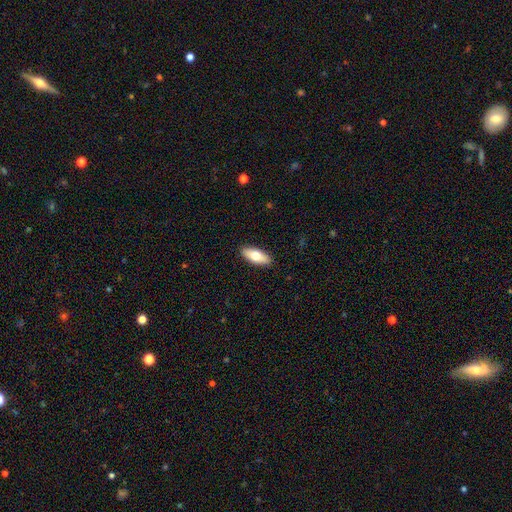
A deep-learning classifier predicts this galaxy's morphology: This appears to be a smooth galaxy with no disk features (72%) that is in between round and cigar-shaped (79%). Merging: none (90%).